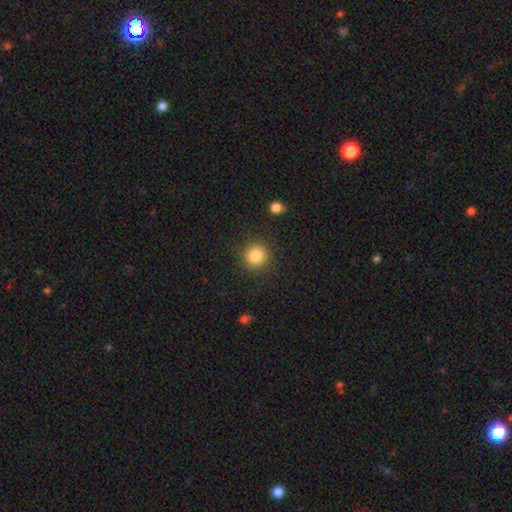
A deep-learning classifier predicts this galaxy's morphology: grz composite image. It shows a smooth galaxy with no disk features (84%) that is round (93%). Merging: none (88%).